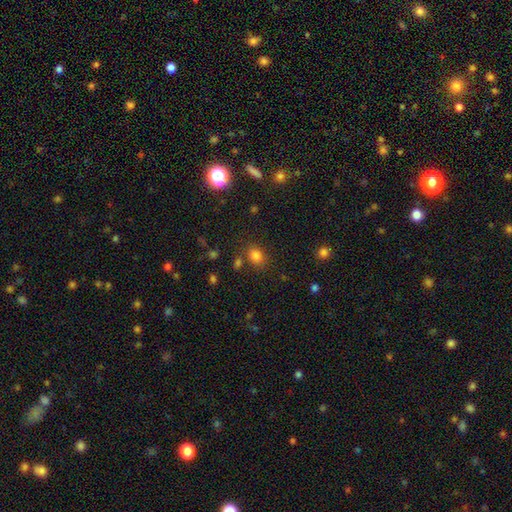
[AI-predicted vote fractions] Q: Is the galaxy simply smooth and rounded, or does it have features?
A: smooth — 79%.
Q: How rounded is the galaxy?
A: round — 56%.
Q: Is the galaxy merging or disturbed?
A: none — 74%.